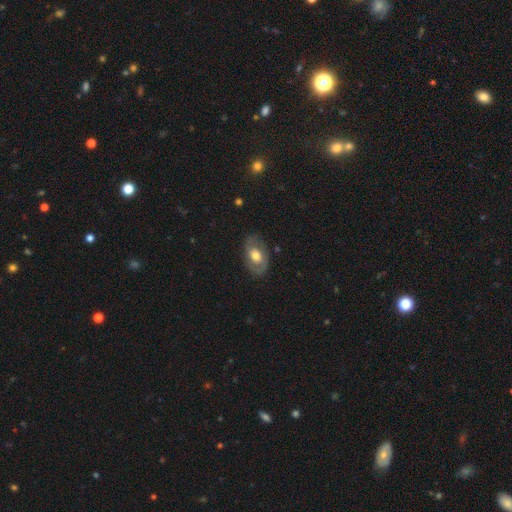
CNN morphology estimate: smooth-or-featured: featured or disk: 54% | smooth: 40% | star or artifact: 6%
  disk-edge-on: no: 93% | yes: 7%
    bar: no: 73% | weak: 21% | strong: 6%
    has-spiral-arms: no: 51% | yes: 49%
    bulge-size: moderate: 65% | large: 24% | small: 9% | dominant: 1% | none: 1%
  merging: none: 77% | minor disturbance: 16% | major disturbance: 6% | merger: 1%